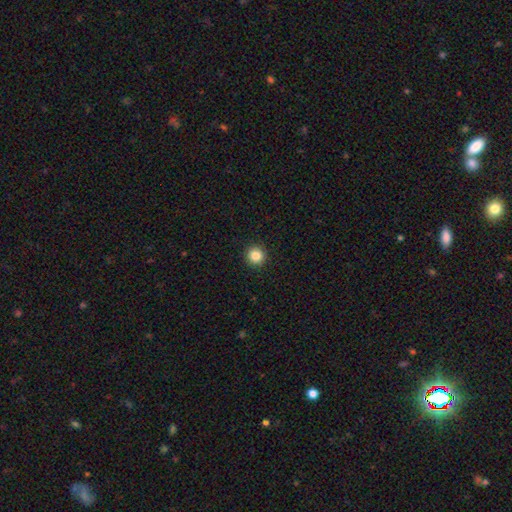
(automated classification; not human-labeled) Overall: smooth (85%). How rounded: round (95%). Merging: none (93%).